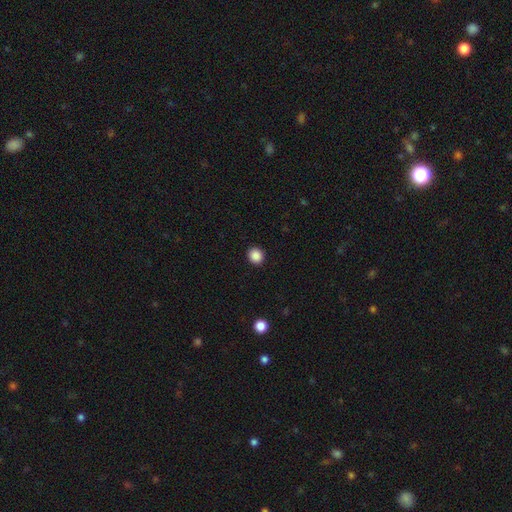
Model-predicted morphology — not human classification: A smooth galaxy with no disk features (88%) that is round (87%). Merging: none (92%).